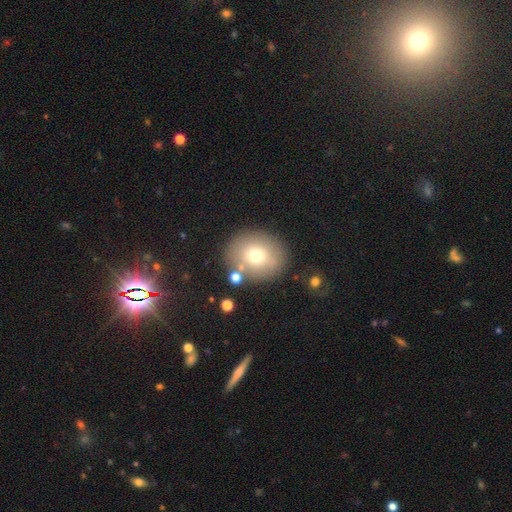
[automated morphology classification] smooth-or-featured: smooth: 71% | featured or disk: 17% | star or artifact: 12%
  how-rounded: round: 73% | in between: 26% | cigar-shaped: 1%
  merging: none: 79% | minor disturbance: 10% | merger: 6% | major disturbance: 4%